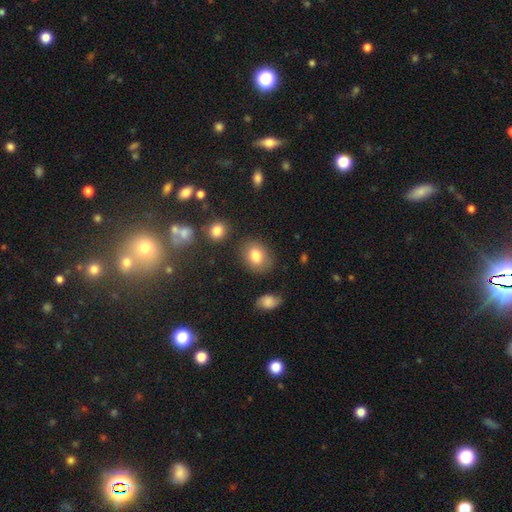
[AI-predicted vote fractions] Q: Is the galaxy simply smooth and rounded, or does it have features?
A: smooth — 80%.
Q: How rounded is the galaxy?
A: round — 50%.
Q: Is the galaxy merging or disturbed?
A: none — 80%.